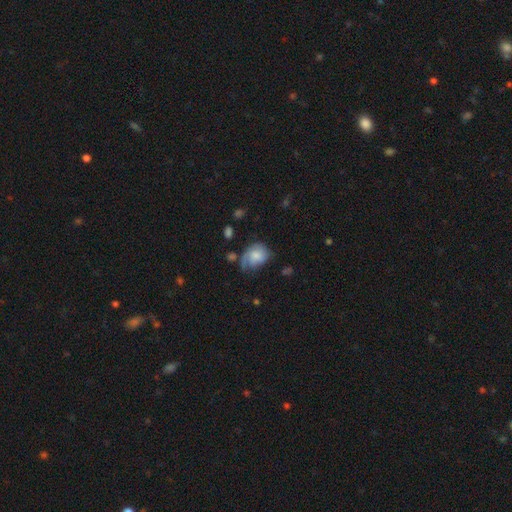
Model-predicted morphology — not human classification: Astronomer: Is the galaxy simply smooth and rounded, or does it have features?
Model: smooth — 51% (runner-up: featured or disk, 41%).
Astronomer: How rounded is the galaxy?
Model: in between — 58% (runner-up: round, 41%).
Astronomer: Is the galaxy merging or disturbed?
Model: none — 39% (runner-up: minor disturbance, 30%).